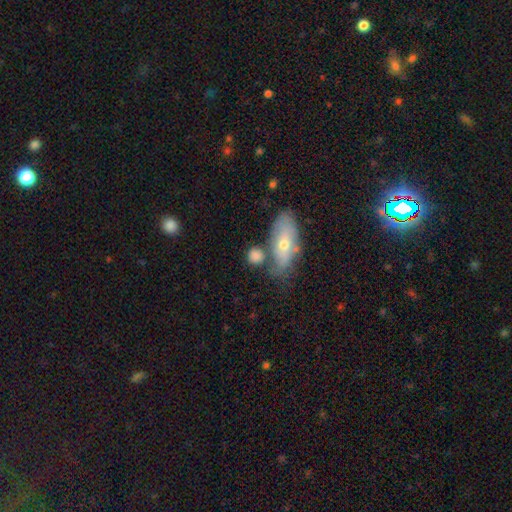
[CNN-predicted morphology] This is likely a smooth galaxy (75%). How rounded: likely round (61%). Merging: possibly none (57%).